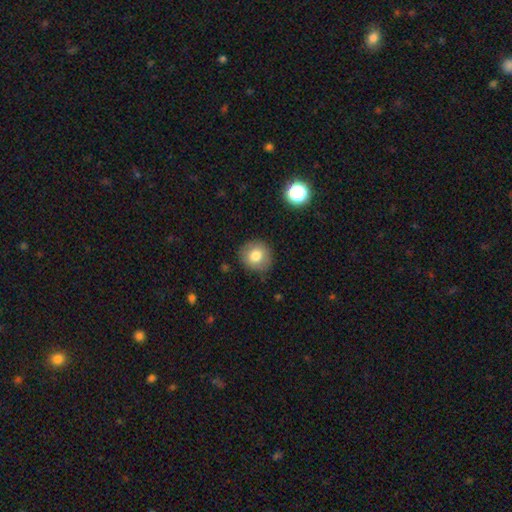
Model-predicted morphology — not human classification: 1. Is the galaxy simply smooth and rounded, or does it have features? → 78% smooth, 12% featured or disk, 10% star or artifact.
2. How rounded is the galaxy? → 88% round, 11% in between, 1% cigar-shaped.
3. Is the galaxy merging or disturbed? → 86% none, 10% minor disturbance, 3% major disturbance, 1% merger.